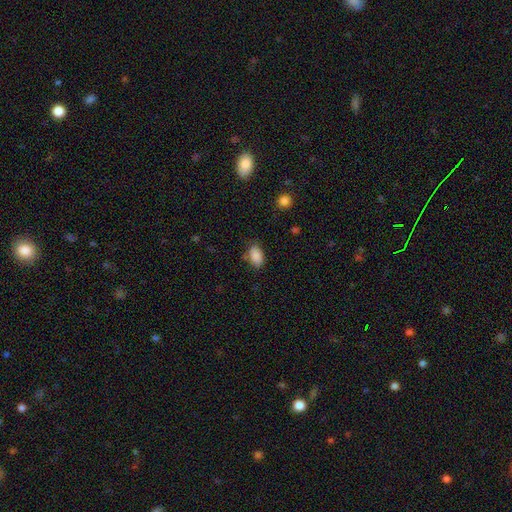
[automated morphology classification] Q: Smooth or featured?
A: smooth (87%); runner-up: star or artifact (8%)
Q: How rounded?
A: in between (90%); runner-up: round (8%)
Q: Merging?
A: none (75%); runner-up: minor disturbance (18%)